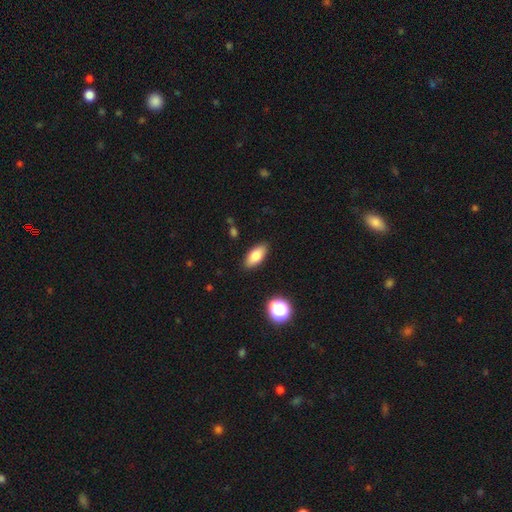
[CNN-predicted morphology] The model was most divided on "smooth or featured": smooth: 80%, featured or disk: 12%, star or artifact: 8%. More confident: merging — none (88%); how rounded — in between (86%).